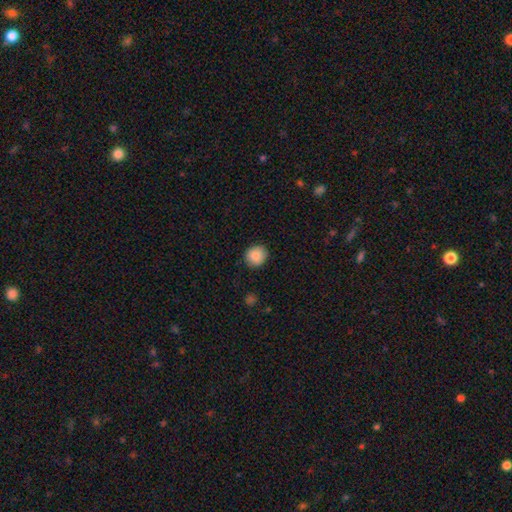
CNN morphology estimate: This is clearly a smooth galaxy (87%). How rounded: clearly round (87%). Merging: clearly none (90%).